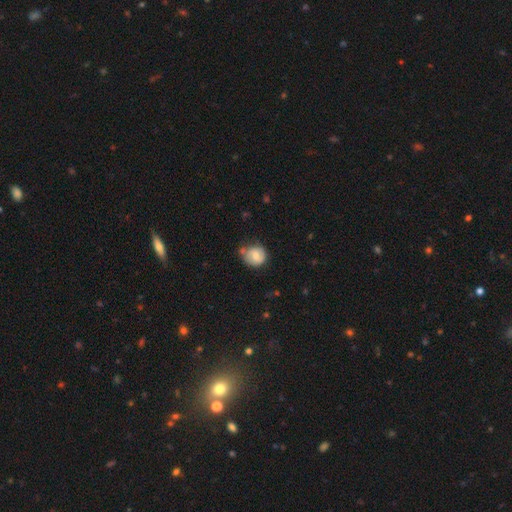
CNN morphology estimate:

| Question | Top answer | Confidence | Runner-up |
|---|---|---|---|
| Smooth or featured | smooth | 63% | featured or disk (30%) |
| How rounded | round | 81% | in between (18%) |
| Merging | none | 60% | minor disturbance (25%) |